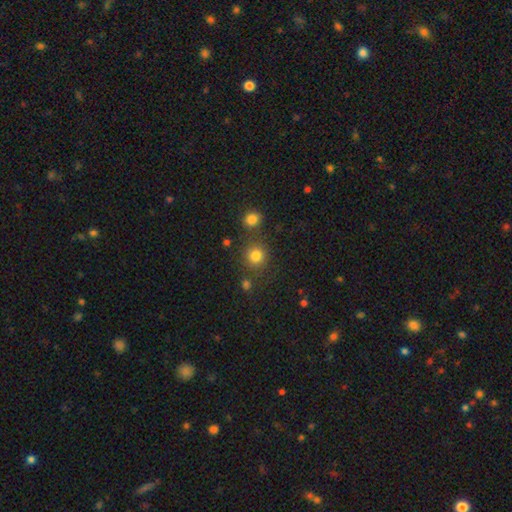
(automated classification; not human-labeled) Q: Smooth or featured?
A: smooth (81%); runner-up: star or artifact (14%)
Q: How rounded?
A: round (90%); runner-up: in between (9%)
Q: Merging?
A: none (77%); runner-up: merger (11%)